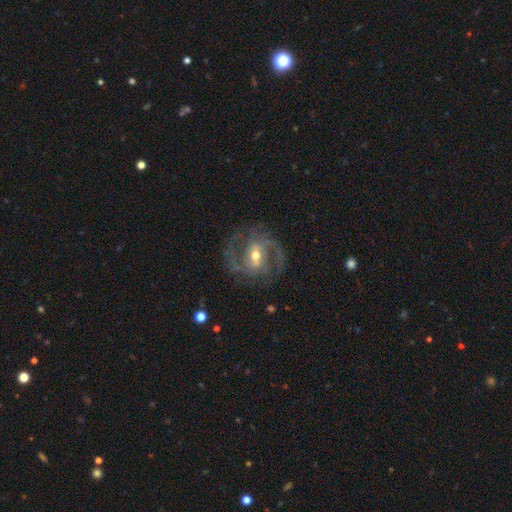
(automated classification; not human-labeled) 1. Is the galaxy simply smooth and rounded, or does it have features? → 90% featured or disk, 5% smooth, 5% star or artifact.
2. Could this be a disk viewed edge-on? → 97% no, 3% yes.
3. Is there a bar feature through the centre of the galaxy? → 45% weak, 39% strong, 15% no.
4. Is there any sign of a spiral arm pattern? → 96% yes, 4% no.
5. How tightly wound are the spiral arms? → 57% medium, 26% tight, 17% loose.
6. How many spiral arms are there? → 77% 2, 11% 3, 6% can't tell, 2% 1, 2% 4, 2% more than 4.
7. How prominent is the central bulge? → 65% moderate, 29% small, 4% large, 1% none, 1% dominant.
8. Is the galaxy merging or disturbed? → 76% none, 14% minor disturbance, 8% major disturbance, 1% merger.